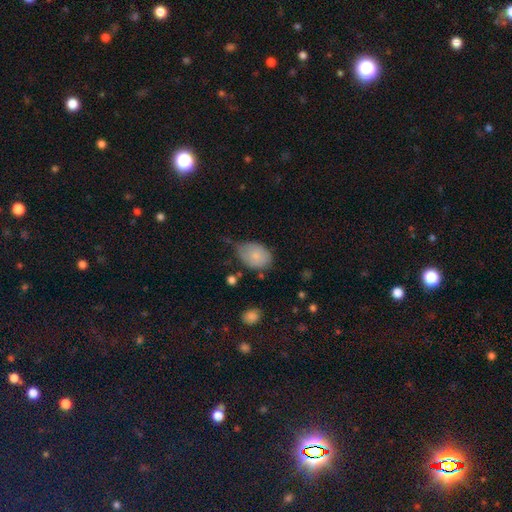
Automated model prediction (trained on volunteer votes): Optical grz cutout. It shows a smooth galaxy with no disk features (76%) that is in between round and cigar-shaped (81%). Merging: none (46%).